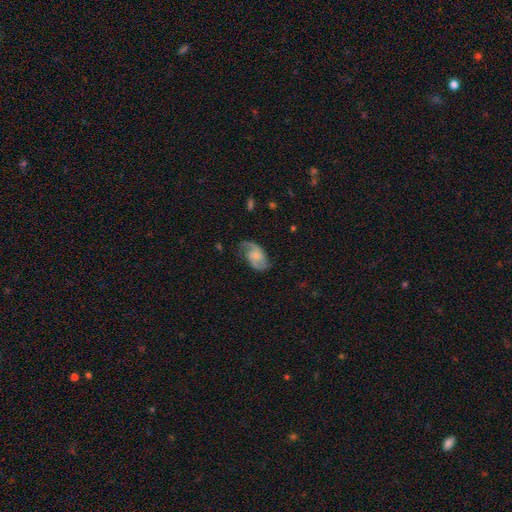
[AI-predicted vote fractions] A featured or disk galaxy (66%) with no bar (63%), 2 (77%) medium (43%) spiral arms (91%) and a small central bulge (49%).

Vote fractions:
- Smooth or featured? featured or disk: 66% / smooth: 27% / star or artifact: 7%
- Edge-on disk? no: 97% / yes: 3%
- Bar? no: 63% / weak: 31% / strong: 6%
- Spiral arms? yes: 91% / no: 9%
- Spiral winding? medium: 43% / loose: 40% / tight: 18%
- Spiral arm count? 2: 77% / 1: 12% / can't tell: 7% / 3: 2% / 4: 1% / more than 4: 1%
- Bulge size? small: 49% / moderate: 29% / none: 16% / large: 4% / dominant: 1%
- Merging? none: 58% / minor disturbance: 26% / major disturbance: 15% / merger: 2%